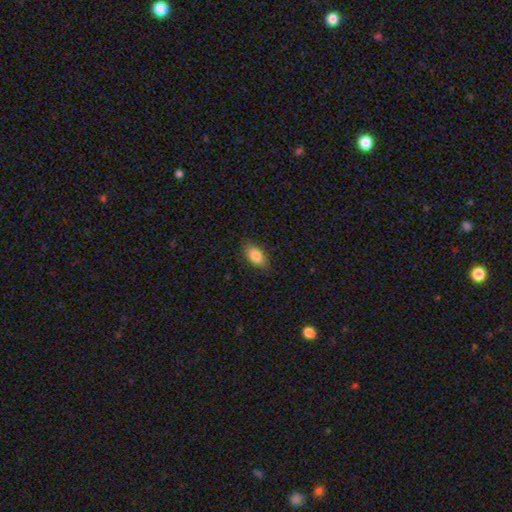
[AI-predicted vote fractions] This is clearly a smooth galaxy (86%). How rounded: clearly in between (91%). Merging: clearly none (83%).